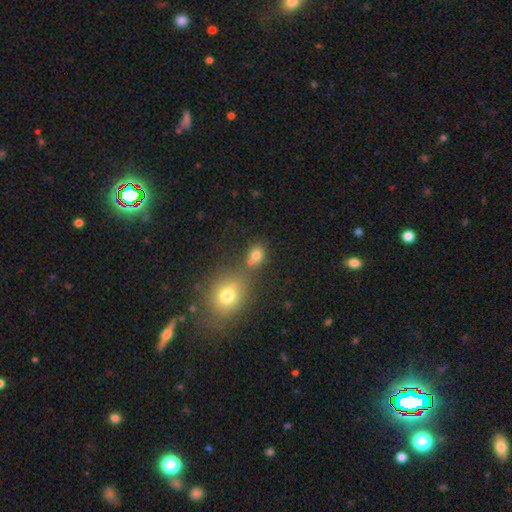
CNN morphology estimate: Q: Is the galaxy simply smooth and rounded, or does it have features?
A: smooth — 76%.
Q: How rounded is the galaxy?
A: round — 62%.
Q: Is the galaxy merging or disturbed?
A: none — 55%.